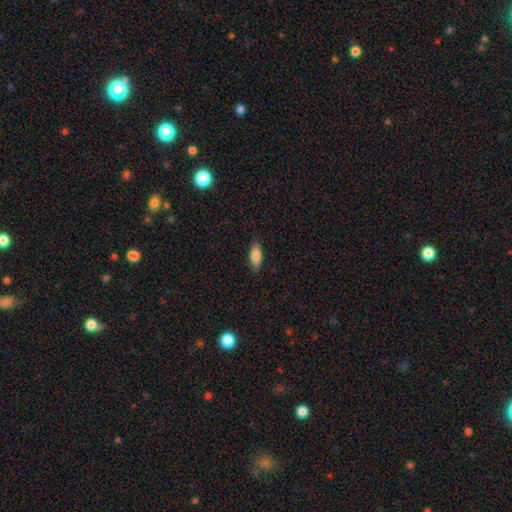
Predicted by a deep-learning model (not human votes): This is clearly a smooth galaxy (84%). How rounded: likely in between (79%). Merging: clearly none (87%).